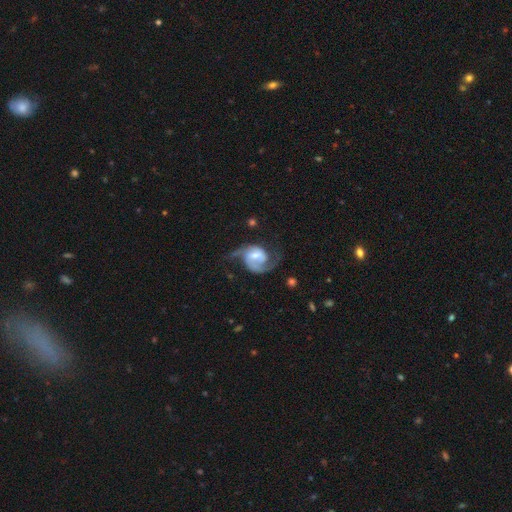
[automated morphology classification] featured or disk 83%, smooth 12%, star or artifact 5%. Down the decision tree: edge-on disk — no (98%); bar — weak (48%); spiral arms — yes (95%); spiral arm count — 2 (80%); spiral winding — medium (47%); bulge size — moderate (47%); merging — none (54%).